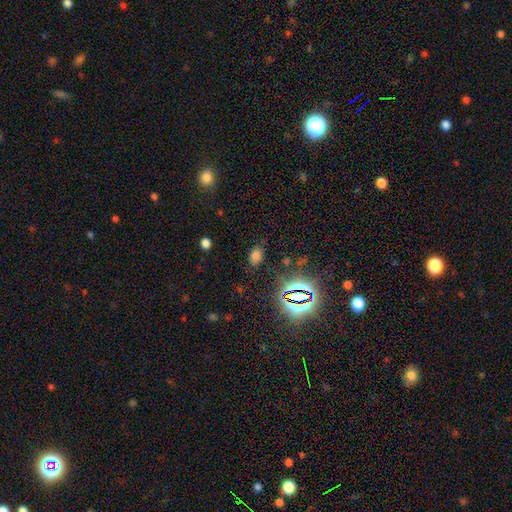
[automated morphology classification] type=smooth (64%); roundness=in between (85%); merging=none (79%).